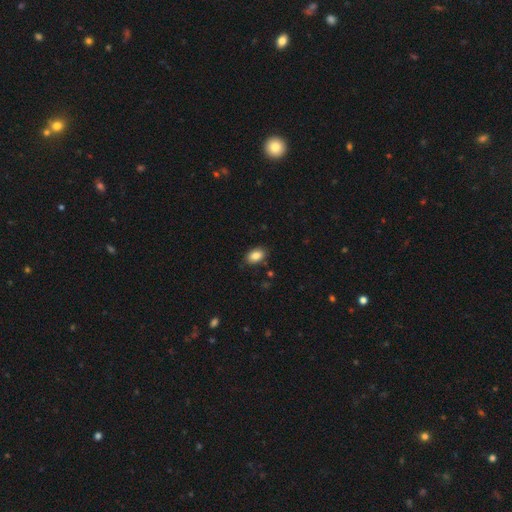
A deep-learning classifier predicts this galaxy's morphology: The model was most divided on "merging": none: 85%, minor disturbance: 11%, major disturbance: 2%, merger: 2%. More confident: how rounded — in between (89%); smooth or featured — smooth (86%).